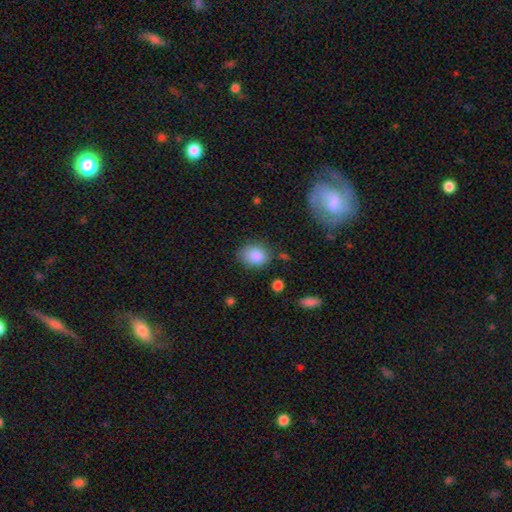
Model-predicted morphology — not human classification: smooth 86%, star or artifact 8%, featured or disk 6%. Down the decision tree: how rounded — in between (58%); merging — none (76%).